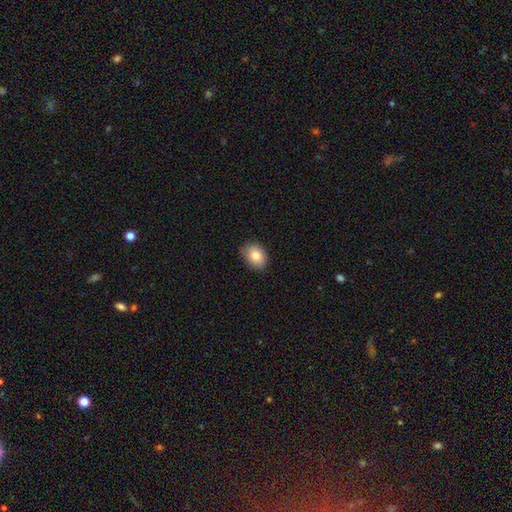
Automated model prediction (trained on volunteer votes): This appears to be a smooth galaxy with no disk features (81%) that is in between round and cigar-shaped (72%). Merging: none (83%).